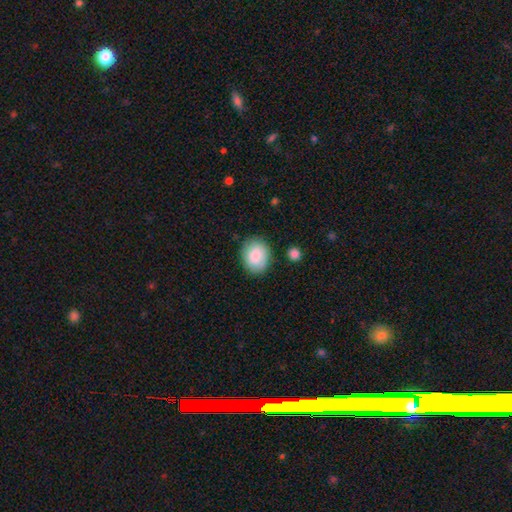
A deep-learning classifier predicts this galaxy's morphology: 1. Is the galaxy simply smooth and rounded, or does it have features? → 85% smooth, 9% featured or disk, 6% star or artifact.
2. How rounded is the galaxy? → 63% in between, 36% round, 1% cigar-shaped.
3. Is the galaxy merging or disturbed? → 81% none, 14% minor disturbance, 3% major disturbance, 2% merger.